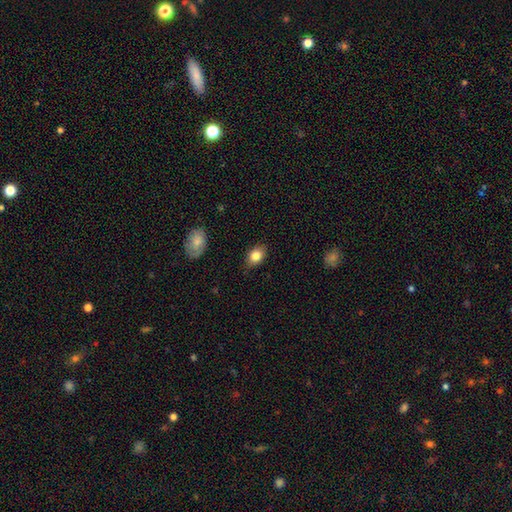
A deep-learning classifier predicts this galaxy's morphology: This appears to be a smooth galaxy with no disk features (83%) that is in between round and cigar-shaped (80%). Merging: none (84%).